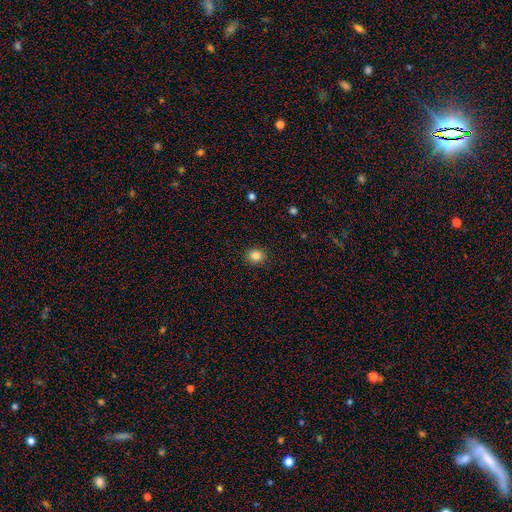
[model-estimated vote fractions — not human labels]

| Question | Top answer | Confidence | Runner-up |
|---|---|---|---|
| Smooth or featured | smooth | 84% | star or artifact (11%) |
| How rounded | round | 75% | in between (24%) |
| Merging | none | 90% | minor disturbance (7%) |